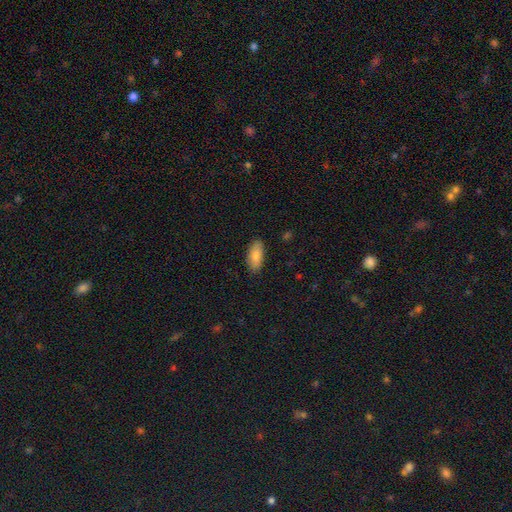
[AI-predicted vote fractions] Smooth or featured? smooth (83%)
How rounded? in between (85%)
Merging? none (86%)